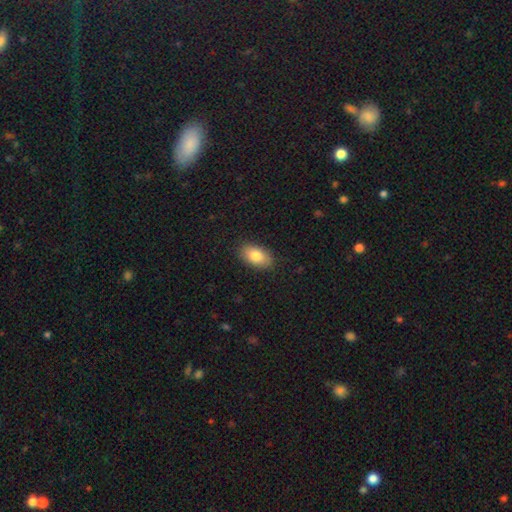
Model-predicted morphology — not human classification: Smooth or featured: smooth — 82% (featured or disk — 11%)
How rounded: in between — 92% (round — 6%)
Merging: none — 88% (minor disturbance — 9%)